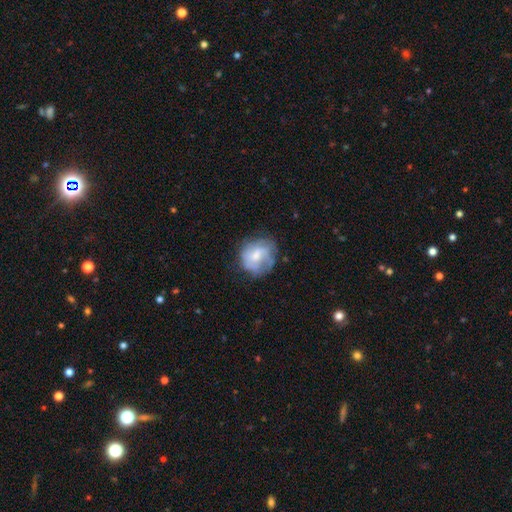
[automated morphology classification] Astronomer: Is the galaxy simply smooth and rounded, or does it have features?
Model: featured or disk — 52% (runner-up: smooth, 40%).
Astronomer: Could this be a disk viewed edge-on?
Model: no — 98%.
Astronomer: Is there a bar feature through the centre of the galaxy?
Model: no — 52% (runner-up: weak, 40%).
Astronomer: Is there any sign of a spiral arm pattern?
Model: yes — 67%.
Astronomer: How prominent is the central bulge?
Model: moderate — 42% (runner-up: small, 41%).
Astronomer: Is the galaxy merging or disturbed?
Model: none — 61%.